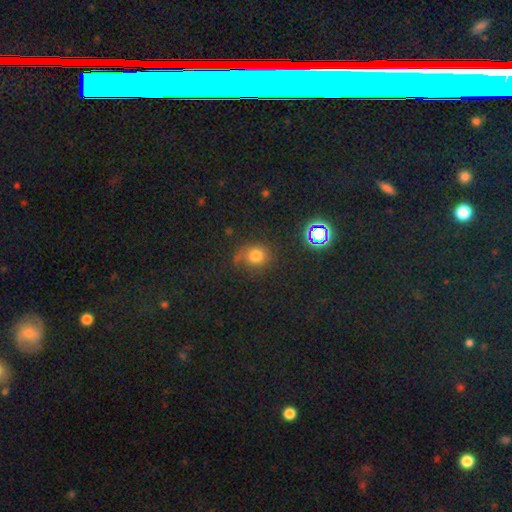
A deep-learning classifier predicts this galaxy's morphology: The model was most divided on "merging": none: 64%, minor disturbance: 20%, major disturbance: 12%, merger: 3%. More confident: how rounded — round (80%); smooth or featured — smooth (68%).